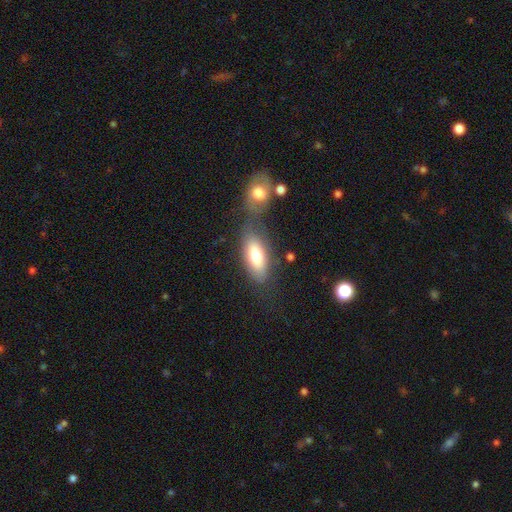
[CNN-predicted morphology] smooth 74%, featured or disk 19%, star or artifact 7%. Down the decision tree: how rounded — in between (84%); merging — none (54%).